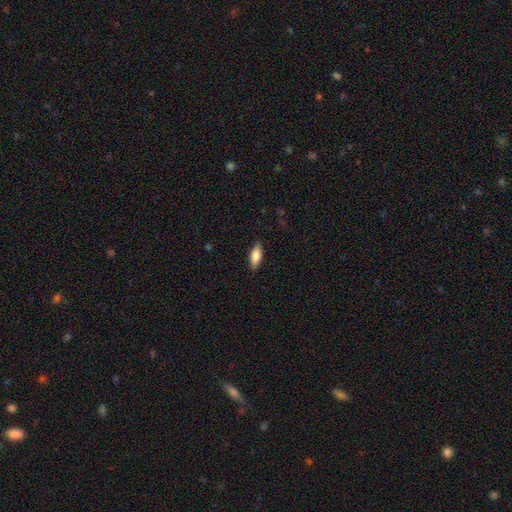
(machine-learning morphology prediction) This appears to be a smooth galaxy with no disk features (76%) that is in between round and cigar-shaped (75%). Merging: none (86%).